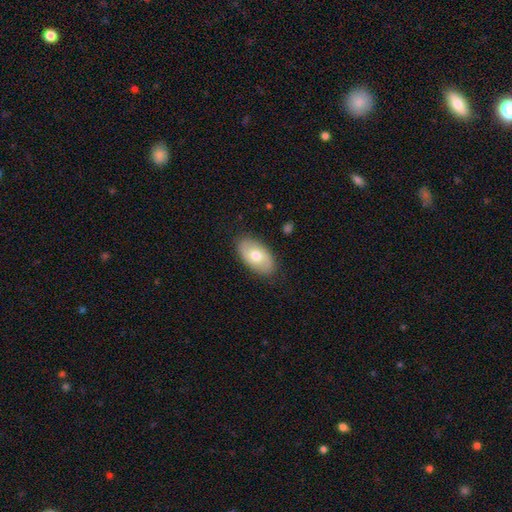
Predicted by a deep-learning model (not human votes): This appears to be a smooth galaxy with no disk features (62%) that is in between round and cigar-shaped (94%). Merging: none (85%).